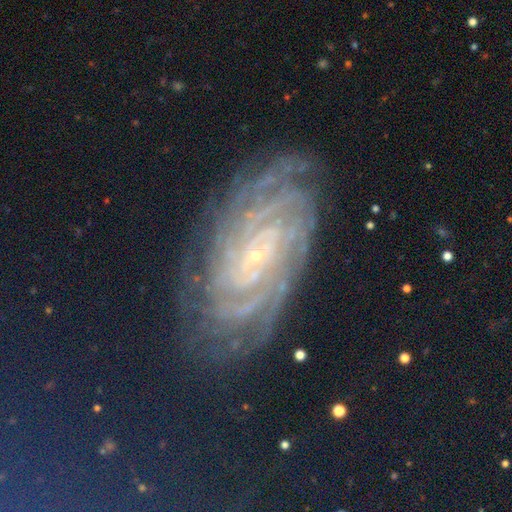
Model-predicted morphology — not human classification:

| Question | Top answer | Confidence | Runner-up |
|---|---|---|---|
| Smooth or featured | featured or disk | 85% | star or artifact (9%) |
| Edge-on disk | no | 95% | yes (5%) |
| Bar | no | 55% | weak (30%) |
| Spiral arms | yes | 97% | no (3%) |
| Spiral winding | tight | 78% | medium (18%) |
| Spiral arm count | can't tell | 28% | more than 4 (20%) |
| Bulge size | small | 88% | moderate (7%) |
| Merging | none | 76% | minor disturbance (15%) |